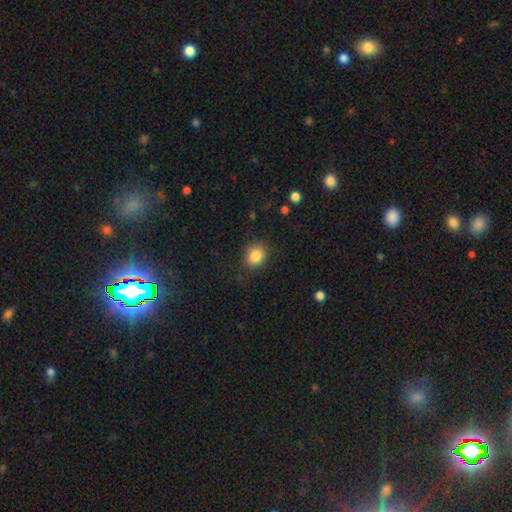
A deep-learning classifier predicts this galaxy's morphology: Smooth or featured?
  - smooth: 85% *
  - star or artifact: 10%
  - featured or disk: 5%
How rounded?
  - round: 70% *
  - in between: 29%
  - cigar-shaped: 1%
Merging?
  - none: 84% *
  - minor disturbance: 11%
  - major disturbance: 4%
  - merger: 1%